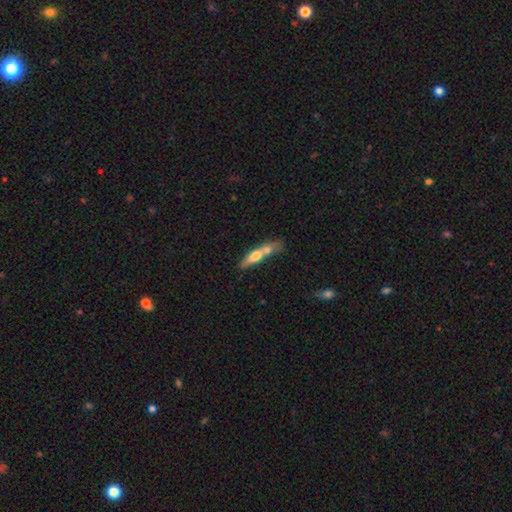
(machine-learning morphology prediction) Smooth or featured? smooth (52%)
How rounded? cigar-shaped (74%)
Merging? merger (47%)